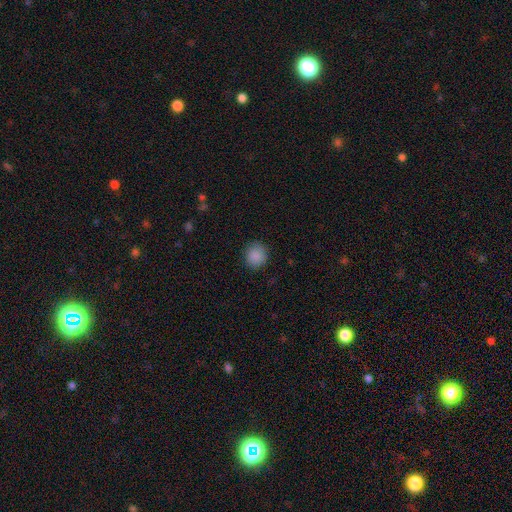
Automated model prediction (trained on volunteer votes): Smooth or featured: smooth — 88% (star or artifact — 9%)
How rounded: round — 84% (in between — 15%)
Merging: none — 88% (minor disturbance — 8%)